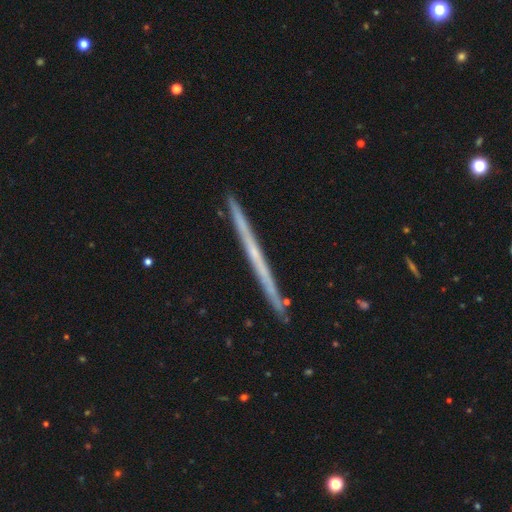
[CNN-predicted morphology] This appears to be a featured or disk galaxy (70%) viewed edge-on (97%) with no central bulge (81%). Merging: none (89%).